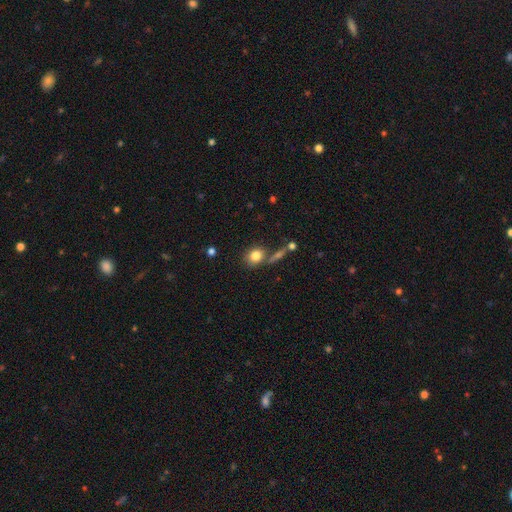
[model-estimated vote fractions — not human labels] Morphology: type=smooth (82%); roundness=round (66%); merging=none (65%).